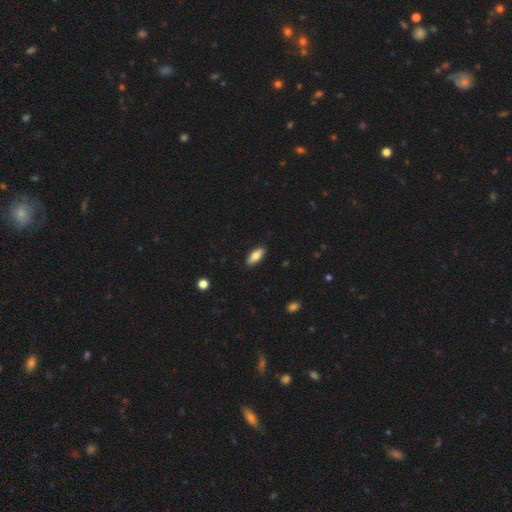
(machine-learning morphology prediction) Overall: smooth (75%). How rounded: in between (76%). Merging: none (88%).